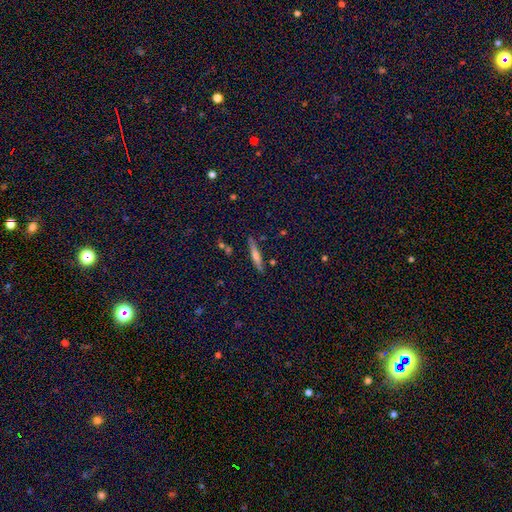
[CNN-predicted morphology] Smooth or featured: featured or disk — 45% (smooth — 44%)
Merging: none — 84% (minor disturbance — 11%)